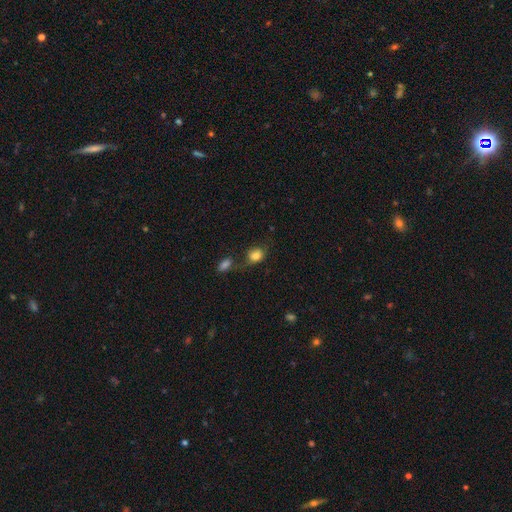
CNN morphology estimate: smooth-or-featured: smooth: 81% | star or artifact: 10% | featured or disk: 9%
  how-rounded: round: 52% | in between: 47% | cigar-shaped: 2%
  merging: none: 49% | merger: 20% | minor disturbance: 19% | major disturbance: 11%